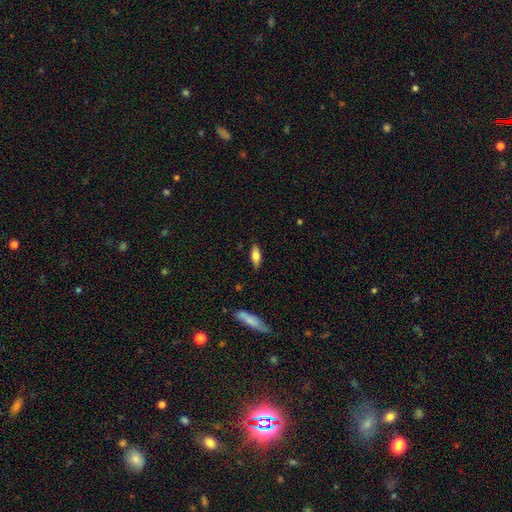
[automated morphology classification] Smooth or featured?
  - smooth: 71% *
  - featured or disk: 22%
  - star or artifact: 7%
How rounded?
  - in between: 72% *
  - cigar-shaped: 25%
  - round: 3%
Merging?
  - none: 84% *
  - minor disturbance: 12%
  - major disturbance: 2%
  - merger: 1%